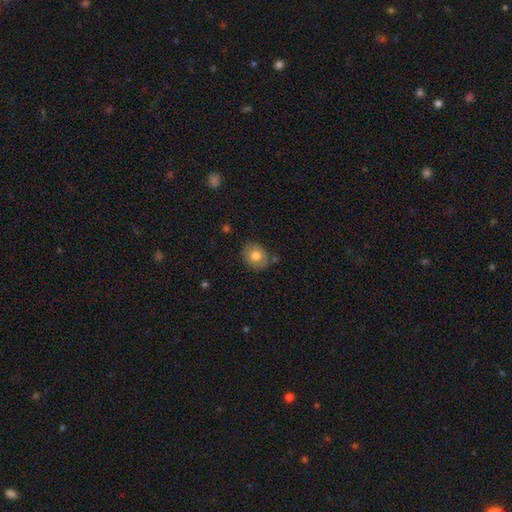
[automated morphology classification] This appears to be a smooth galaxy with no disk features (74%) that is round (62%). Merging: none (71%).